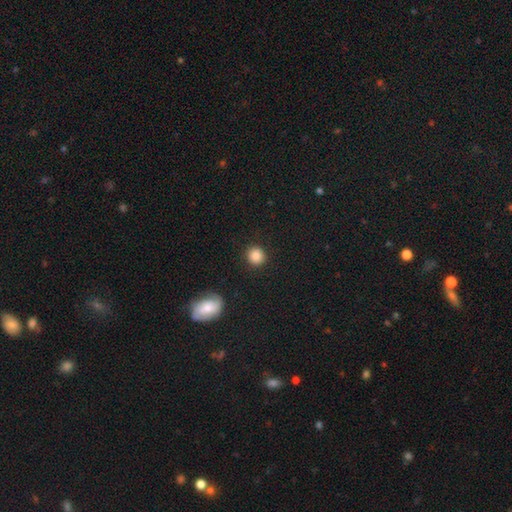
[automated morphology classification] Smooth or featured?
  - smooth: 85% *
  - star or artifact: 10%
  - featured or disk: 5%
How rounded?
  - round: 88% *
  - in between: 11%
  - cigar-shaped: 1%
Merging?
  - none: 90% *
  - minor disturbance: 6%
  - major disturbance: 2%
  - merger: 1%